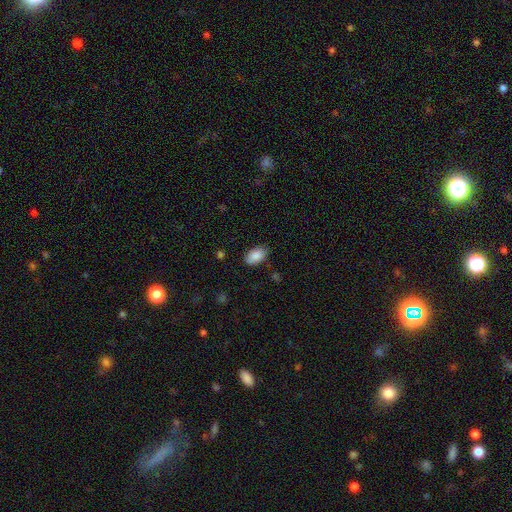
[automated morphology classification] The model was most divided on "merging": none: 81%, minor disturbance: 15%, major disturbance: 3%, merger: 1%. More confident: how rounded — in between (93%); smooth or featured — smooth (88%).